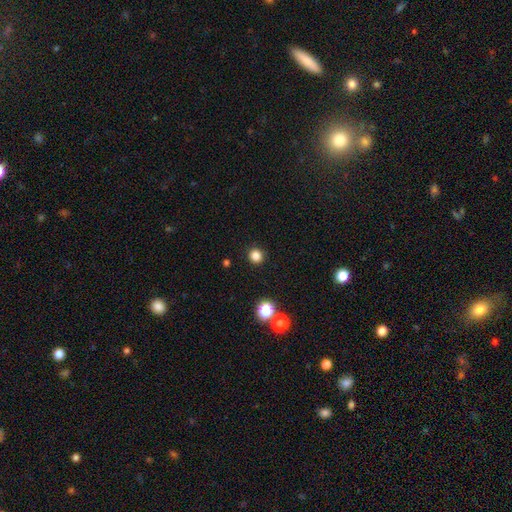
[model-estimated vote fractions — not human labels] This is clearly a smooth galaxy (83%). How rounded: clearly round (94%). Merging: clearly none (92%).